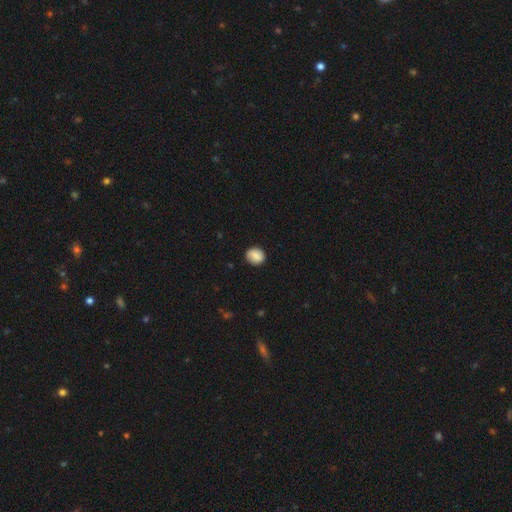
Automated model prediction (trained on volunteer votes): Morphology: type=smooth (78%); roundness=round (75%); merging=none (85%).